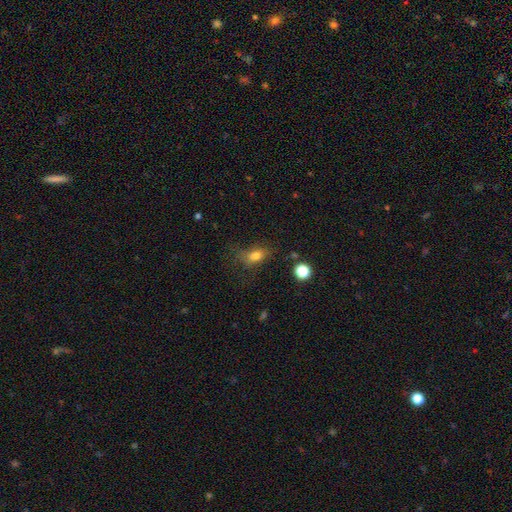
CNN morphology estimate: The model was most divided on "merging": none: 56%, minor disturbance: 24%, major disturbance: 17%, merger: 3%. More confident: smooth or featured — smooth (75%); how rounded — in between (74%).